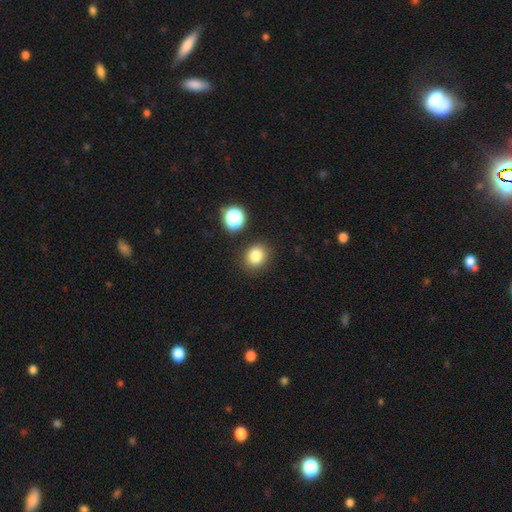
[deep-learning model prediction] Smooth or featured: smooth — 81% (star or artifact — 13%)
How rounded: round — 70% (in between — 29%)
Merging: none — 86% (minor disturbance — 8%)